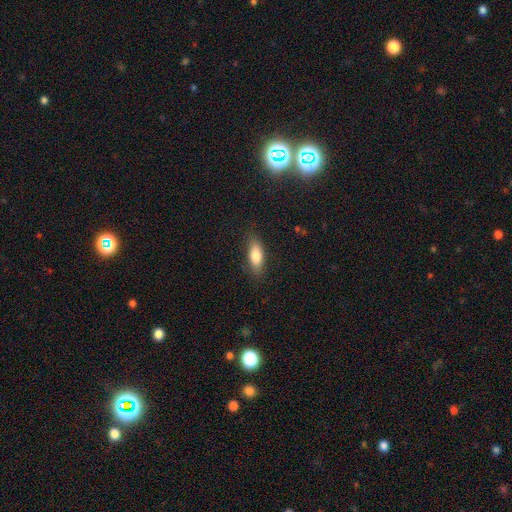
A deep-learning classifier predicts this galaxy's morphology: smooth_or_featured: smooth (p=0.80) [alt: featured or disk p=0.13]
how_rounded: in between (p=0.74) [alt: cigar-shaped p=0.24]
merging: none (p=0.84) [alt: minor disturbance p=0.12]